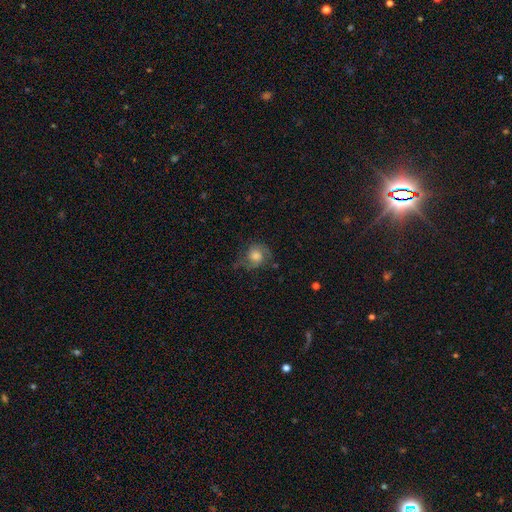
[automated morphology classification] A featured or disk galaxy (54%) with no bar (72%), spiral arms (87%) and a moderate central bulge (39%). Merging: none (60%).